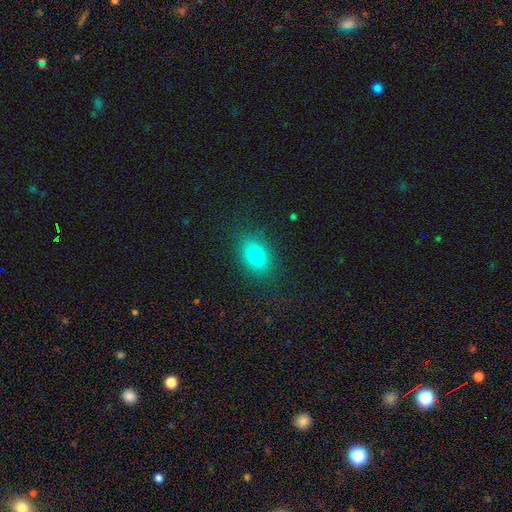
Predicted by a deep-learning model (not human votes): Smooth or featured? Predicted: smooth (p=0.79). How rounded? Predicted: in between (p=0.76). Merging? Predicted: none (p=0.85).